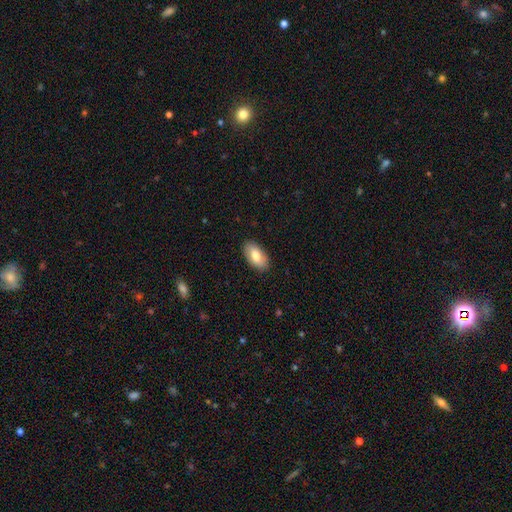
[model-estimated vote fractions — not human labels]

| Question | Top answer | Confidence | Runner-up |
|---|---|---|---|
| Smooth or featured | smooth | 78% | featured or disk (16%) |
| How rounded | in between | 94% | round (3%) |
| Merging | none | 88% | minor disturbance (9%) |